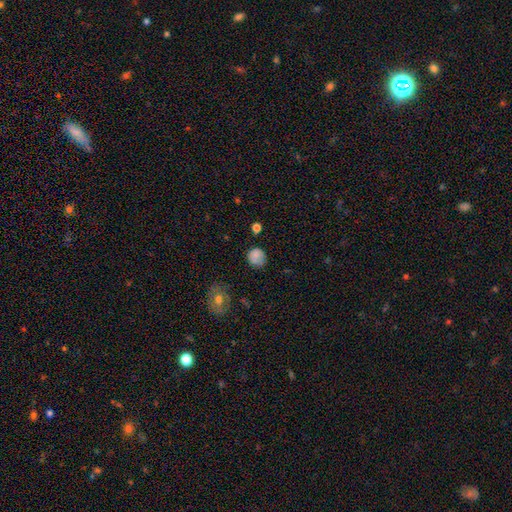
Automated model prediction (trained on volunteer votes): smooth_or_featured: smooth (p=0.79) [alt: featured or disk p=0.11]
how_rounded: round (p=0.83) [alt: in between p=0.16]
merging: none (p=0.70) [alt: minor disturbance p=0.22]